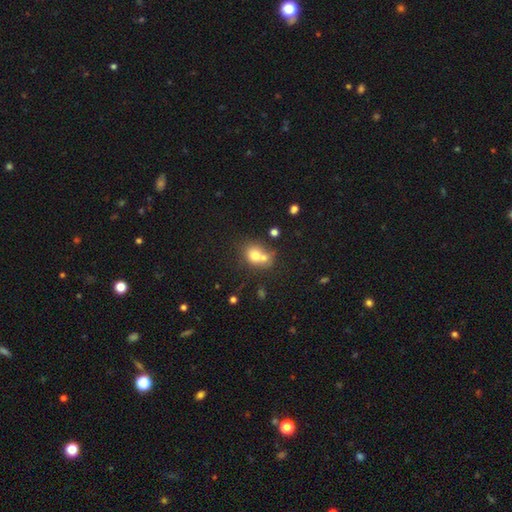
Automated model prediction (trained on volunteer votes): This is likely a smooth galaxy (72%). How rounded: likely round (60%). Merging: possibly merger (53%).